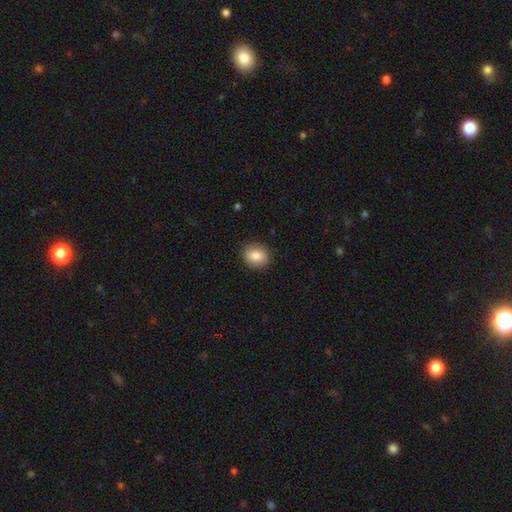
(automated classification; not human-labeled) A smooth galaxy with no disk features (84%) that is round (67%). Merging: none (89%).